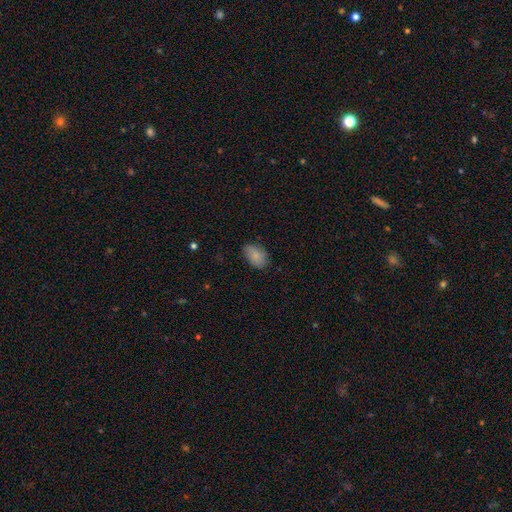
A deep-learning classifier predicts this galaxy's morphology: smooth-or-featured: smooth: 83% | featured or disk: 9% | star or artifact: 7%
  how-rounded: in between: 90% | round: 8% | cigar-shaped: 2%
  merging: none: 75% | minor disturbance: 20% | major disturbance: 4% | merger: 1%